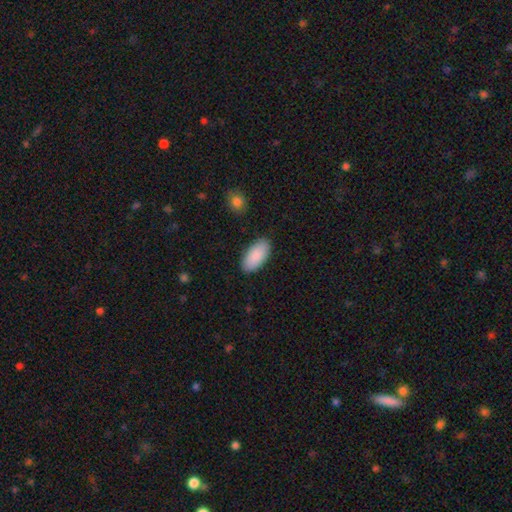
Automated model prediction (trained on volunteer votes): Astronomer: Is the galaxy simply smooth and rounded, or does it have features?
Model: smooth — 90%.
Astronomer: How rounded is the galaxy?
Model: in between — 94%.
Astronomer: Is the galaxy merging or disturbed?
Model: none — 88%.